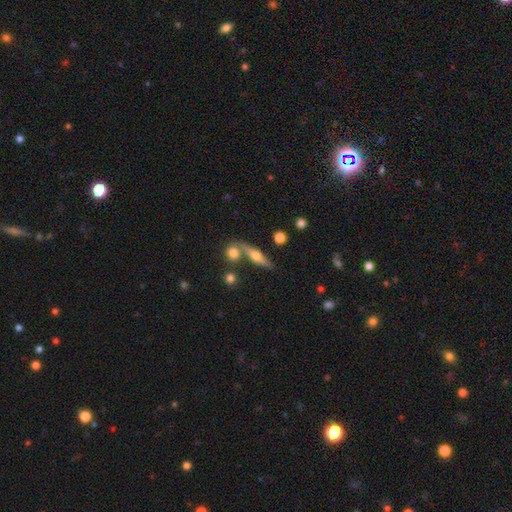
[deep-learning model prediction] Overall: featured or disk (55%; smooth 38%). Edge-on disk: yes (91%). Edge-on bulge: rounded (91%). Merging: none (68%).